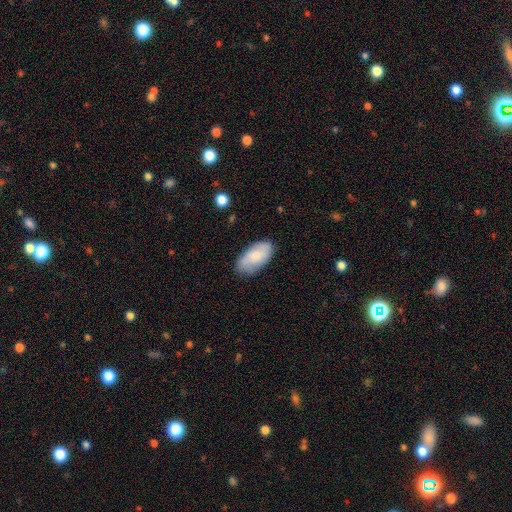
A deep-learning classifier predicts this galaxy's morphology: smooth 73%, featured or disk 21%, star or artifact 6%. Down the decision tree: how rounded — in between (94%); merging — none (78%).